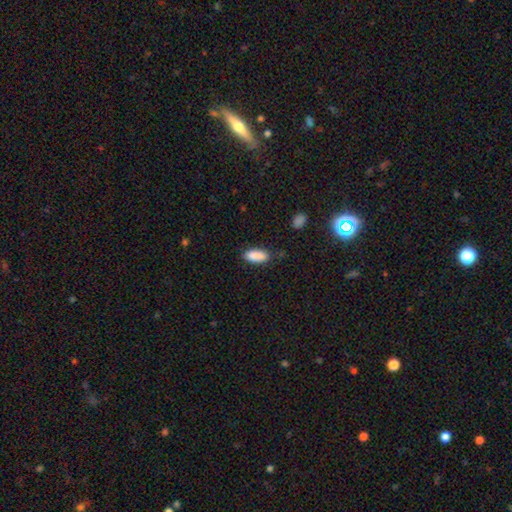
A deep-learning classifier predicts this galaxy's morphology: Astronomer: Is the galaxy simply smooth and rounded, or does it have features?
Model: smooth — 88%.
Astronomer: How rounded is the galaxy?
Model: in between — 83%.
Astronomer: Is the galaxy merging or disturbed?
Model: none — 74%.